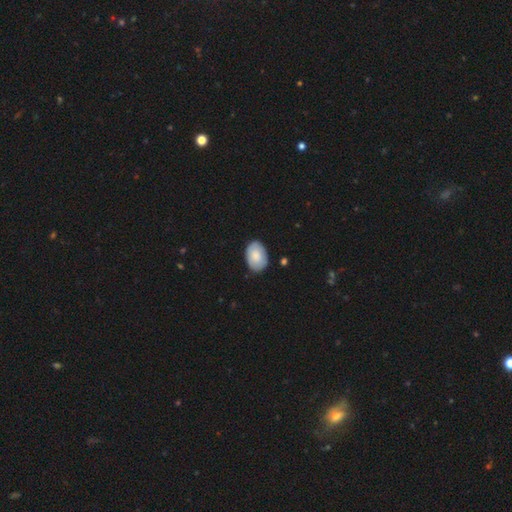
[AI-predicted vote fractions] smooth 78%, featured or disk 16%, star or artifact 6%. Down the decision tree: how rounded — in between (87%); merging — none (83%).